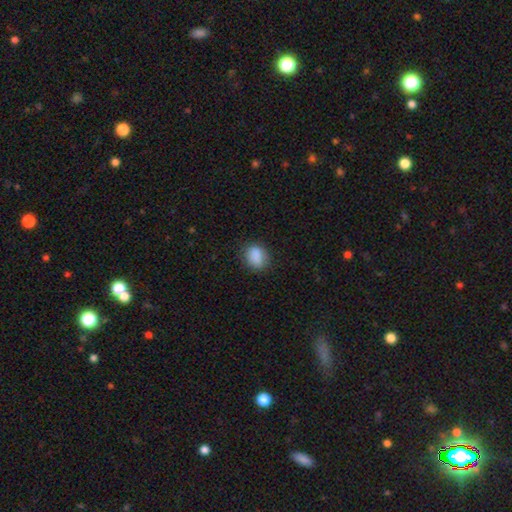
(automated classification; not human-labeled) This appears to be a smooth galaxy with no disk features (86%) that is in between round and cigar-shaped (59%). Merging: none (78%).